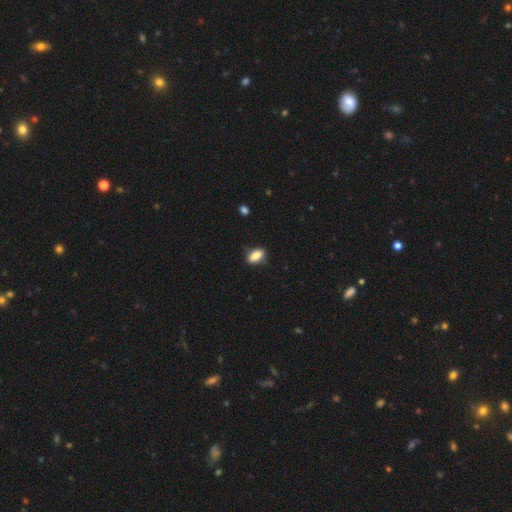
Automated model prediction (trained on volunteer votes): Smooth or featured? Predicted: smooth (p=0.83). How rounded? Predicted: in between (p=0.82). Merging? Predicted: none (p=0.81).